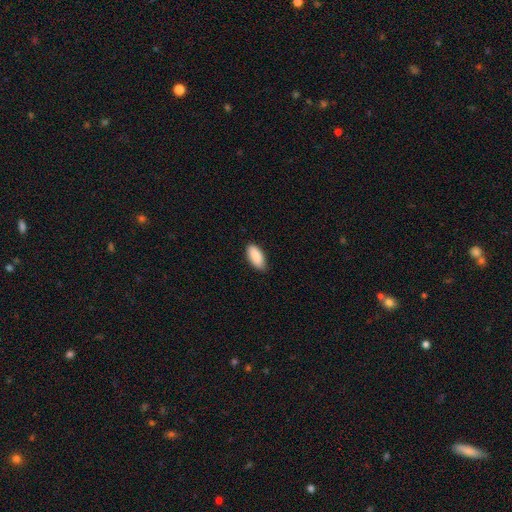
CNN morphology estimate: smooth-or-featured: smooth: 90% | star or artifact: 6% | featured or disk: 4%
  how-rounded: in between: 91% | cigar-shaped: 7% | round: 2%
  merging: none: 83% | minor disturbance: 14% | major disturbance: 2% | merger: 1%